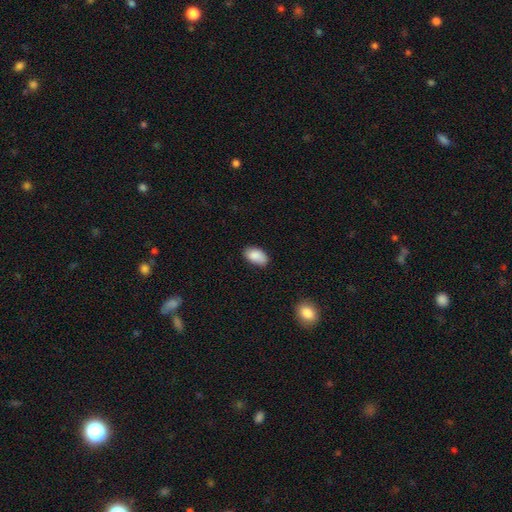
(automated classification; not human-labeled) smooth 88%, star or artifact 7%, featured or disk 5%. Down the decision tree: how rounded — in between (94%); merging — none (76%).